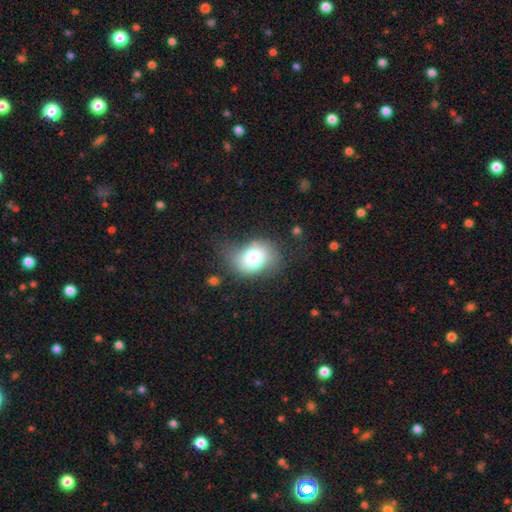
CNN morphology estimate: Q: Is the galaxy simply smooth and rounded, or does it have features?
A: smooth — 73%.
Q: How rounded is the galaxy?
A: in between — 60%.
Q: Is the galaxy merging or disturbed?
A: none — 49%.